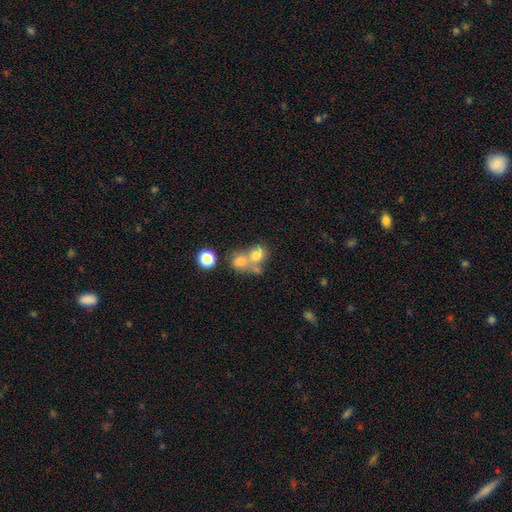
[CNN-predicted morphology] type=smooth (72%); roundness=round (65%); merging=merger (59%).